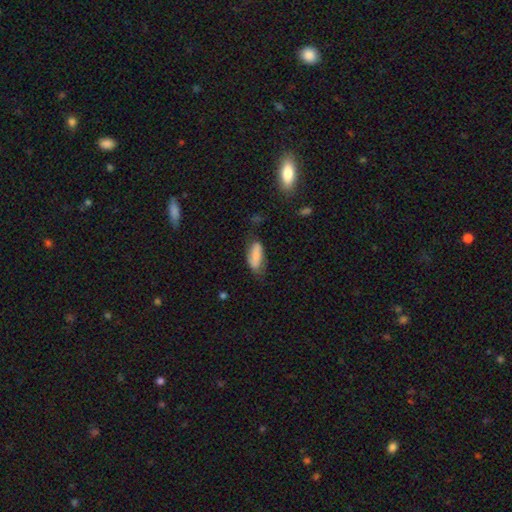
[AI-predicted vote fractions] smooth-or-featured: smooth: 70% | featured or disk: 23% | star or artifact: 7%
  how-rounded: in between: 76% | cigar-shaped: 21% | round: 2%
  merging: none: 58% | minor disturbance: 29% | major disturbance: 10% | merger: 3%